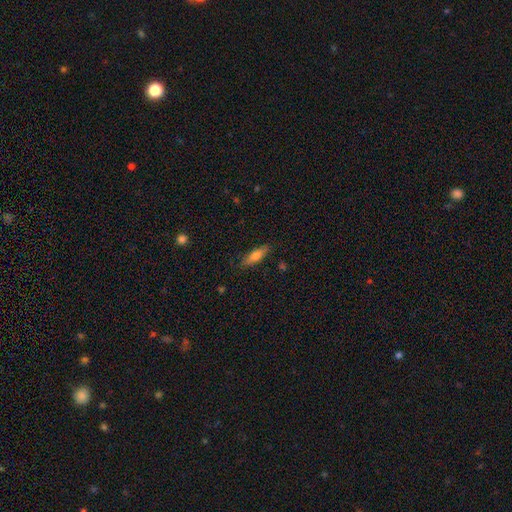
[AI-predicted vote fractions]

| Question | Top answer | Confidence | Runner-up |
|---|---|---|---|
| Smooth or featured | smooth | 68% | featured or disk (25%) |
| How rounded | cigar-shaped | 52% | in between (46%) |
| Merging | none | 83% | minor disturbance (13%) |